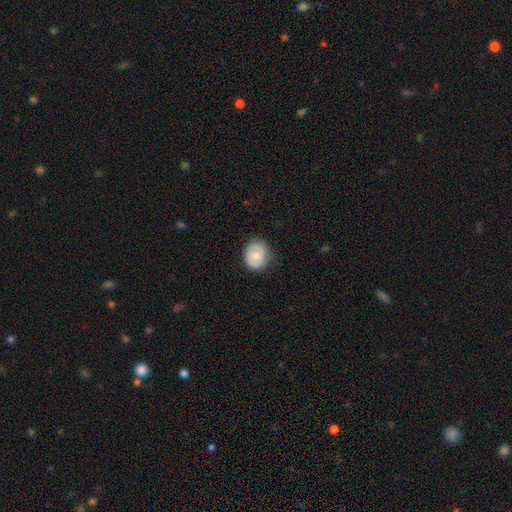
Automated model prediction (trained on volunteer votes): Smooth or featured? Predicted: smooth (p=0.64). How rounded? Predicted: round (p=0.66). Merging? Predicted: none (p=0.79).